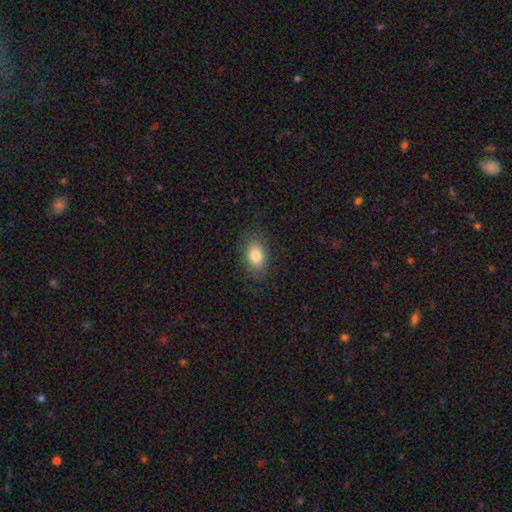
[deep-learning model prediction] This is likely a smooth galaxy (80%). How rounded: clearly in between (84%). Merging: clearly none (81%).